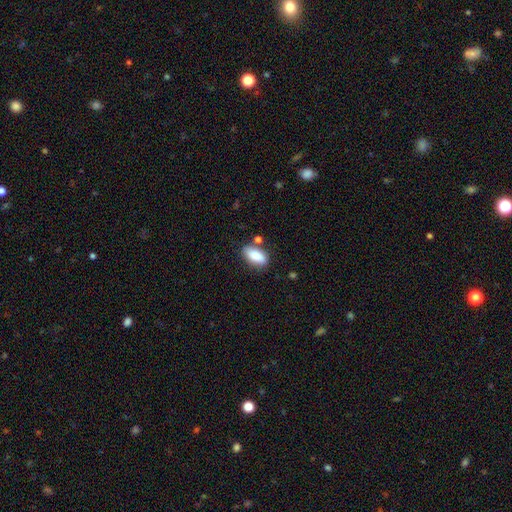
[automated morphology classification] A smooth galaxy with no disk features (86%) that is in between round and cigar-shaped (88%). Merging: none (73%).